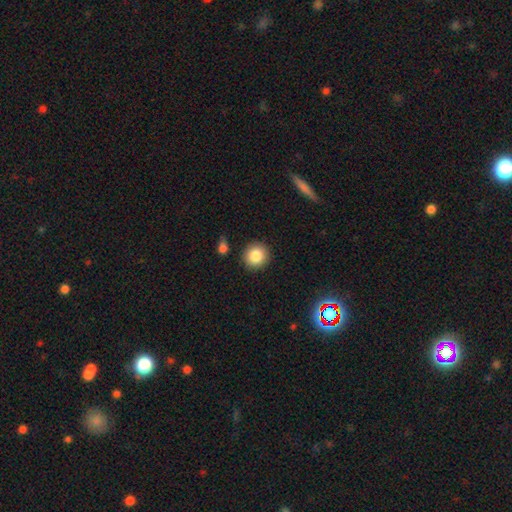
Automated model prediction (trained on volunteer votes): A smooth galaxy with no disk features (85%) that is round (91%).

Vote fractions:
- Smooth or featured? smooth: 85% / star or artifact: 9% / featured or disk: 6%
- How rounded? round: 91% / in between: 8% / cigar-shaped: 1%
- Merging? none: 88% / minor disturbance: 7% / merger: 2% / major disturbance: 2%